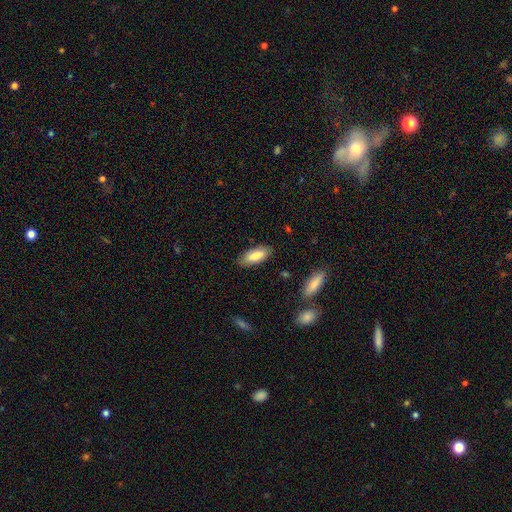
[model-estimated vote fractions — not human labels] A smooth galaxy with no disk features (82%) that is in between round and cigar-shaped (76%). Merging: none (83%).